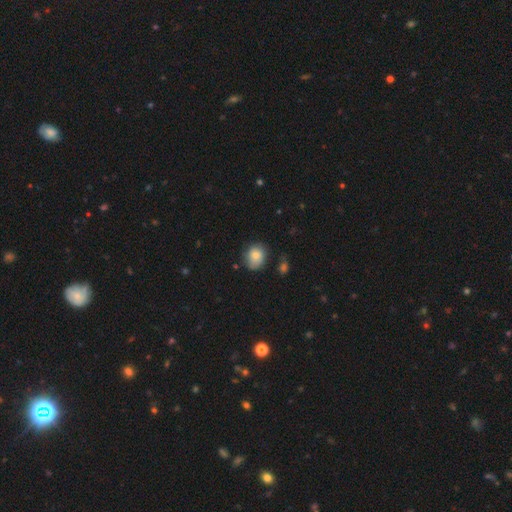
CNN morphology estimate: smooth 79%, featured or disk 13%, star or artifact 8%. Down the decision tree: how rounded — round (66%); merging — none (66%).